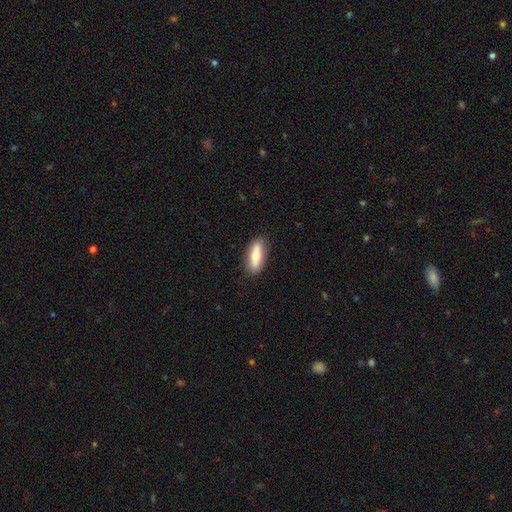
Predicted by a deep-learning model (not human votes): smooth-or-featured: smooth: 72% | featured or disk: 22% | star or artifact: 6%
  how-rounded: in between: 66% | cigar-shaped: 31% | round: 3%
  merging: none: 87% | minor disturbance: 10% | major disturbance: 2% | merger: 1%